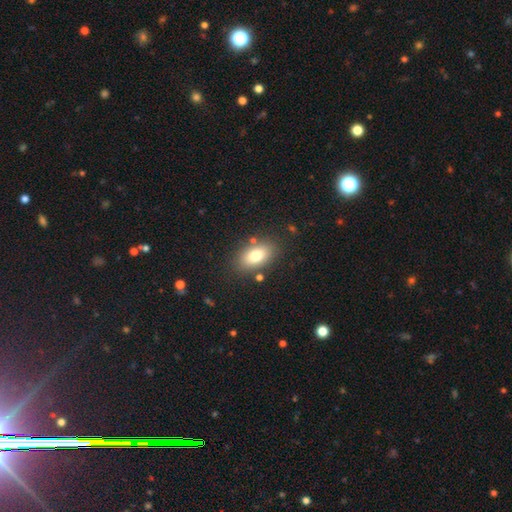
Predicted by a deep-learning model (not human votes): Smooth or featured? Predicted: smooth (p=0.77). How rounded? Predicted: in between (p=0.88). Merging? Predicted: none (p=0.81).